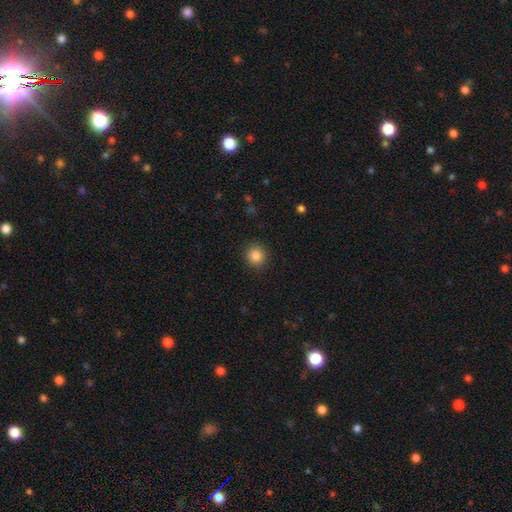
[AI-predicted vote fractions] smooth-or-featured: smooth: 86% | star or artifact: 10% | featured or disk: 4%
  how-rounded: round: 91% | in between: 8% | cigar-shaped: 1%
  merging: none: 90% | minor disturbance: 6% | major disturbance: 2% | merger: 1%